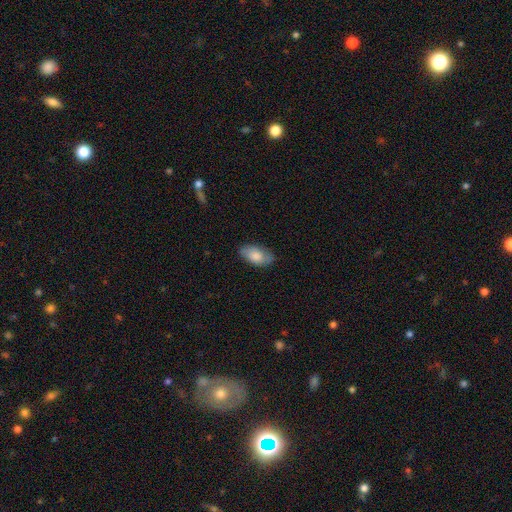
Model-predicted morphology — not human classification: Smooth or featured? smooth (80%)
How rounded? in between (93%)
Merging? none (76%)